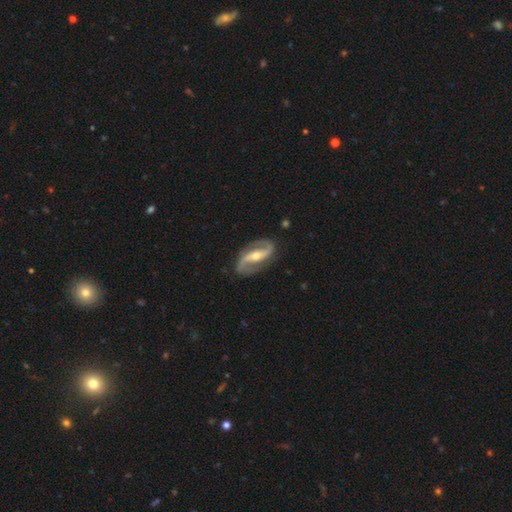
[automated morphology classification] The model was most divided on "spiral winding": medium: 49%, loose: 34%, tight: 17%. Remaining: spiral arms — yes (97%); edge-on disk — no (97%); spiral arm count — 2 (94%); smooth or featured — featured or disk (91%); merging — none (84%); bulge size — moderate (59%); bar — strong (49%).